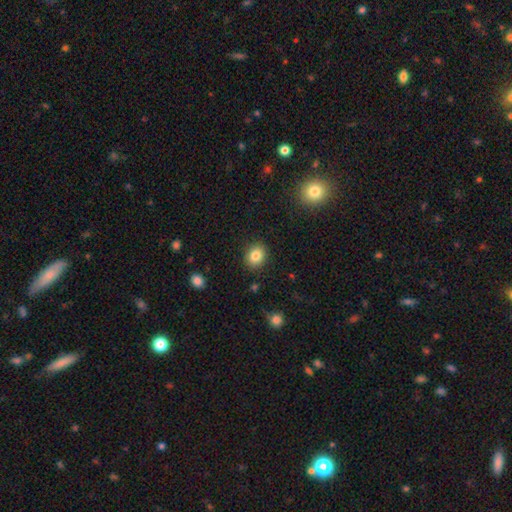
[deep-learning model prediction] A smooth galaxy with no disk features (83%) that is round (58%). Merging: none (89%).